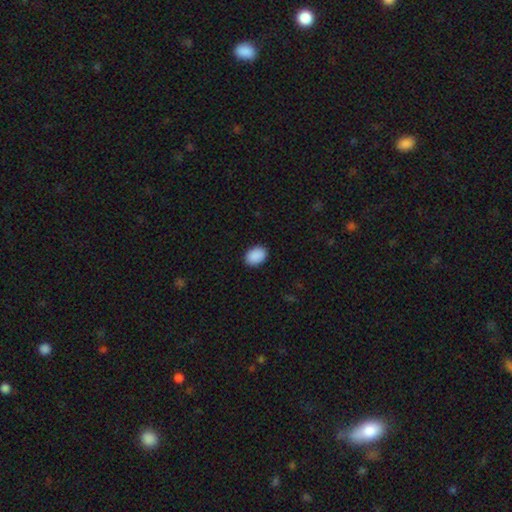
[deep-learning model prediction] A smooth galaxy with no disk features (91%) that is in between round and cigar-shaped (75%).

Vote fractions:
- Smooth or featured? smooth: 91% / star or artifact: 7% / featured or disk: 2%
- How rounded? in between: 75% / round: 24% / cigar-shaped: 1%
- Merging? none: 90% / minor disturbance: 7% / major disturbance: 2% / merger: 1%